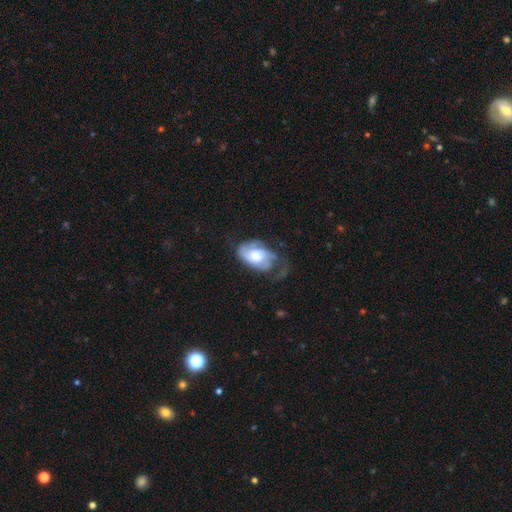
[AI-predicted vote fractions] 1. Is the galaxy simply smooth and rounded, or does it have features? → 65% featured or disk, 29% smooth, 6% star or artifact.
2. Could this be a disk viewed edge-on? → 96% no, 4% yes.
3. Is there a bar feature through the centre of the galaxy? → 74% no, 22% weak, 4% strong.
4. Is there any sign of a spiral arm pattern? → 88% yes, 12% no.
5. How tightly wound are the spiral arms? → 44% tight, 38% medium, 18% loose.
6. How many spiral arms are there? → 40% 2, 29% can't tell, 15% 3, 9% 1, 4% 4, 3% more than 4.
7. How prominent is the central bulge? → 56% moderate, 21% small, 18% large, 3% none, 2% dominant.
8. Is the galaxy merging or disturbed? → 39% none, 30% major disturbance, 29% minor disturbance, 2% merger.